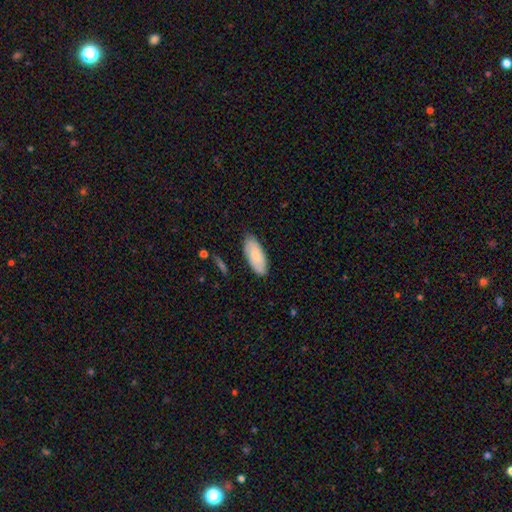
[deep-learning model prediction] Morphology: type=smooth (78%); roundness=in between (86%); merging=none (81%).